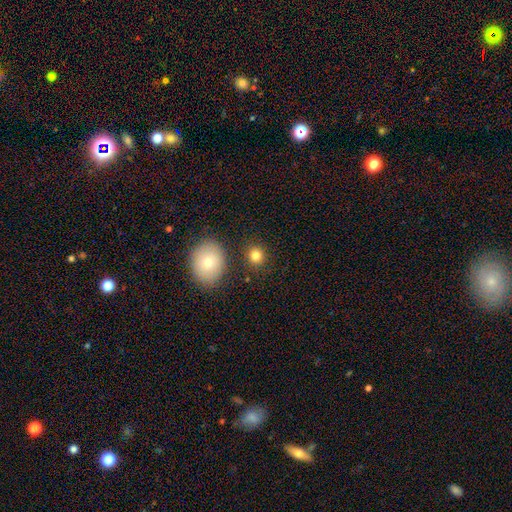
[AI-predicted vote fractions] Overall: smooth (82%). How rounded: round (83%). Merging: none (83%).